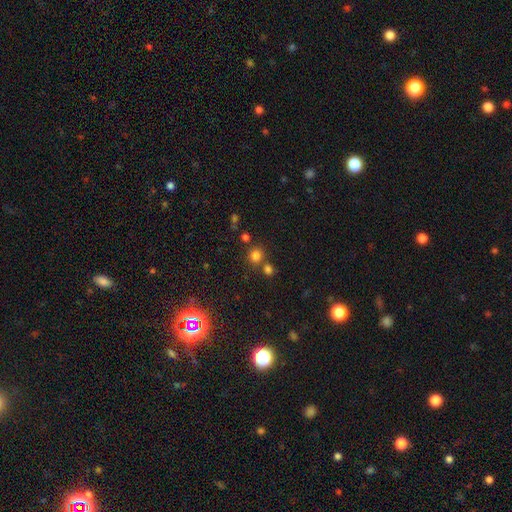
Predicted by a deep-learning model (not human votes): Smooth or featured?
  - smooth: 75% *
  - star or artifact: 19%
  - featured or disk: 6%
How rounded?
  - round: 87% *
  - in between: 12%
  - cigar-shaped: 1%
Merging?
  - none: 71% *
  - merger: 18%
  - minor disturbance: 8%
  - major disturbance: 3%